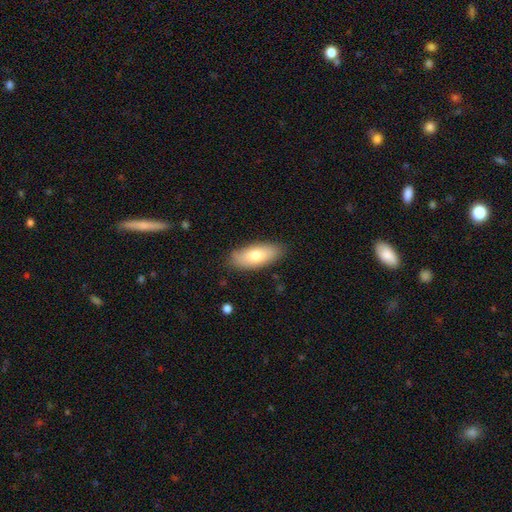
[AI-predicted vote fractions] Morphology: type=smooth (73%); roundness=in between (83%); merging=none (84%).